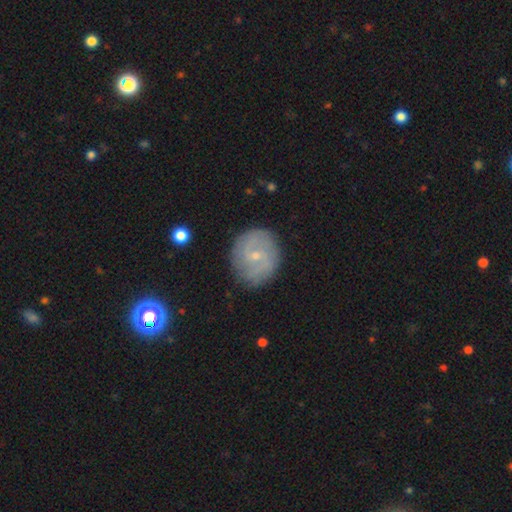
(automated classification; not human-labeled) Smooth or featured? Predicted: featured or disk (p=0.68). Edge-on disk? Predicted: no (p=0.97). Bar? Predicted: weak (p=0.49). Spiral arms? Predicted: yes (p=0.85). Spiral winding? Predicted: tight (p=0.44). Spiral arm count? Predicted: 2 (p=0.51). Bulge size? Predicted: small (p=0.79). Merging? Predicted: none (p=0.82).